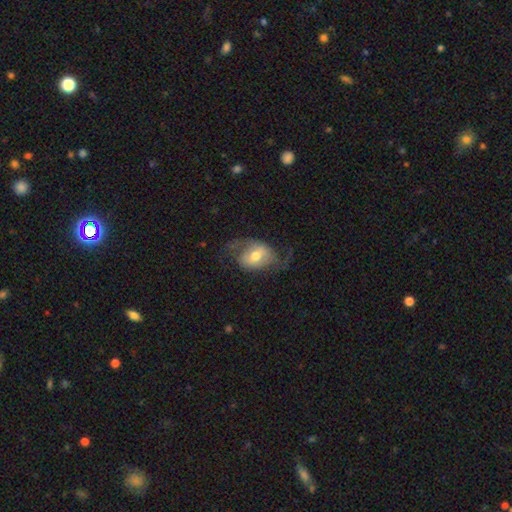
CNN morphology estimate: Overall: featured or disk (57%; smooth 36%). Edge-on disk: no (94%). Bar: no (43%; weak 39%). Spiral arms: yes (72%). Bulge size: moderate (71%). Merging: none (52%; major disturbance 24%).